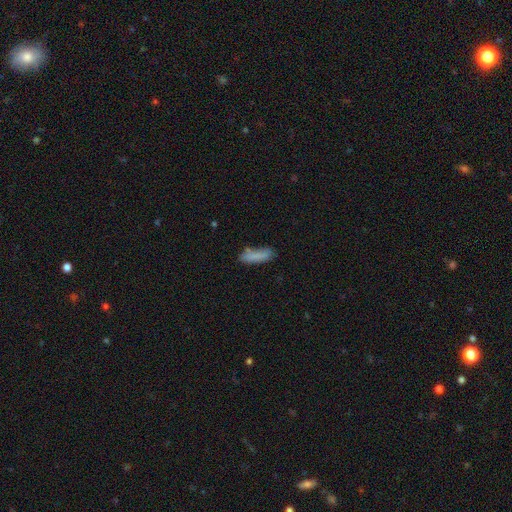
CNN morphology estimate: smooth-or-featured: smooth: 82% | featured or disk: 11% | star or artifact: 8%
  how-rounded: cigar-shaped: 60% | in between: 39% | round: 2%
  merging: none: 67% | minor disturbance: 22% | major disturbance: 6% | merger: 5%